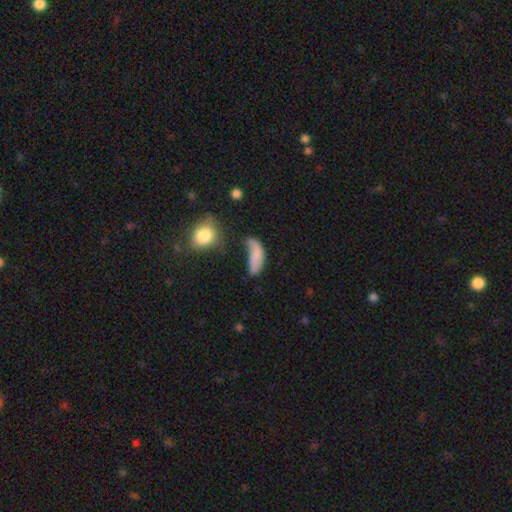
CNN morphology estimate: Smooth or featured? smooth (68%)
How rounded? in between (68%)
Merging? none (32%)